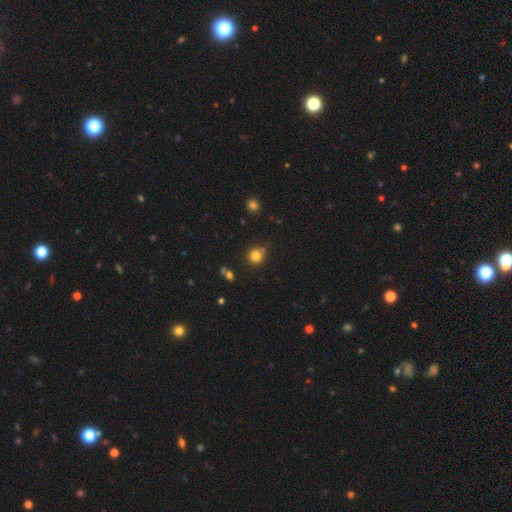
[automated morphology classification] Smooth or featured: smooth — 81% (star or artifact — 13%)
How rounded: round — 92% (in between — 7%)
Merging: none — 77% (merger — 10%)